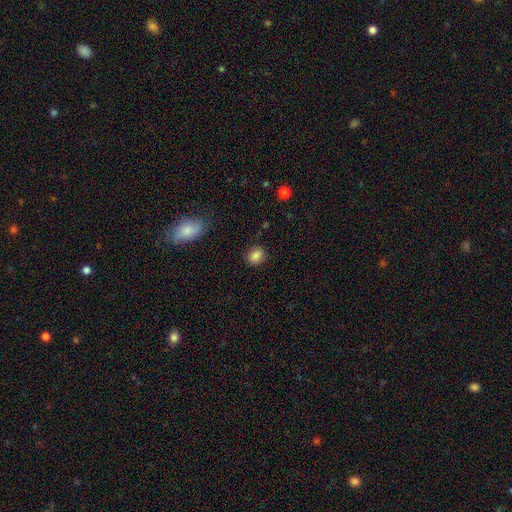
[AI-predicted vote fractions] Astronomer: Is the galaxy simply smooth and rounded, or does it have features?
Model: smooth — 85%.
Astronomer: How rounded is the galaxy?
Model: round — 65%.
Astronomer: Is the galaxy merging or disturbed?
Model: none — 88%.